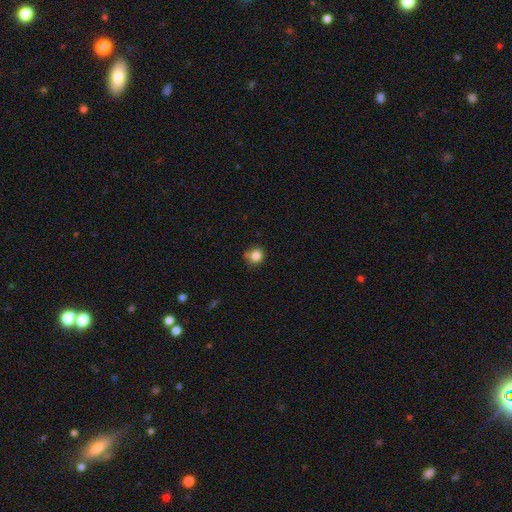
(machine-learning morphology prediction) This appears to be a smooth galaxy with no disk features (84%) that is round (84%). Merging: none (68%).